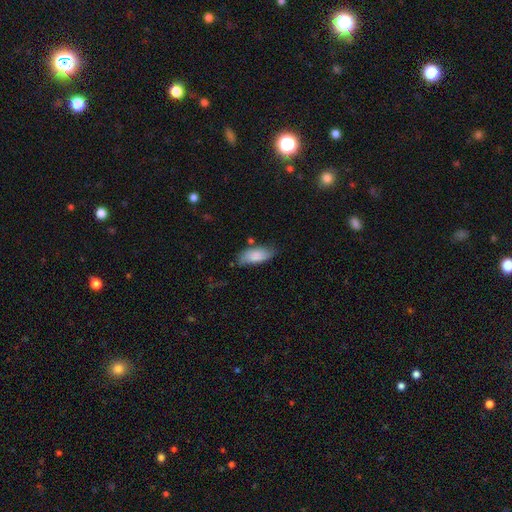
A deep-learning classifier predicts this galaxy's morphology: A smooth galaxy with no disk features (80%) that is in between round and cigar-shaped (85%).

Vote fractions:
- Smooth or featured? smooth: 80% / featured or disk: 14% / star or artifact: 6%
- How rounded? in between: 85% / cigar-shaped: 12% / round: 2%
- Merging? none: 65% / minor disturbance: 25% / major disturbance: 6% / merger: 4%